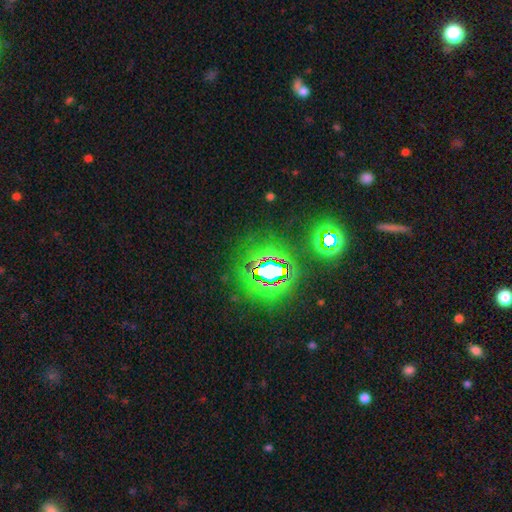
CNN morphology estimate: Smooth or featured: star or artifact — 81% (smooth — 12%)